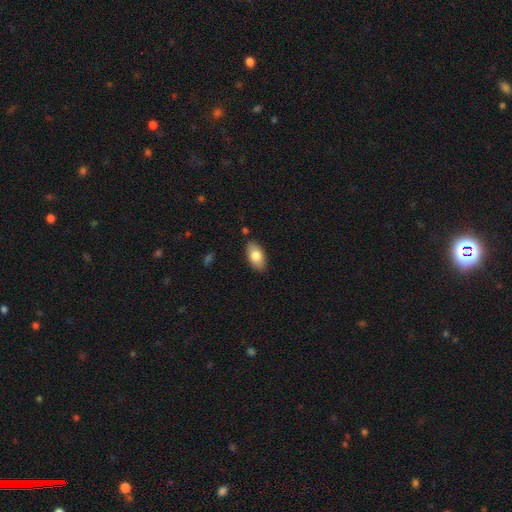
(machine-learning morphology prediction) Smooth or featured? Predicted: smooth (p=0.80). How rounded? Predicted: in between (p=0.93). Merging? Predicted: none (p=0.86).